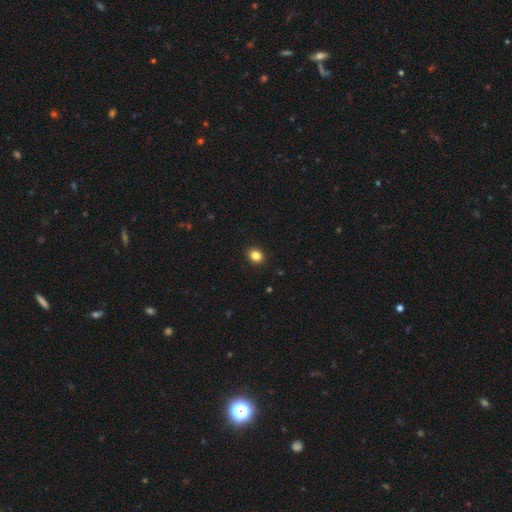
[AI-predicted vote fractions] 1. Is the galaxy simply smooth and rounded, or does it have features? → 85% smooth, 11% star or artifact, 5% featured or disk.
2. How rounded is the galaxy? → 58% round, 41% in between, 1% cigar-shaped.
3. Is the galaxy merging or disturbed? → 92% none, 6% minor disturbance, 2% major disturbance, 1% merger.